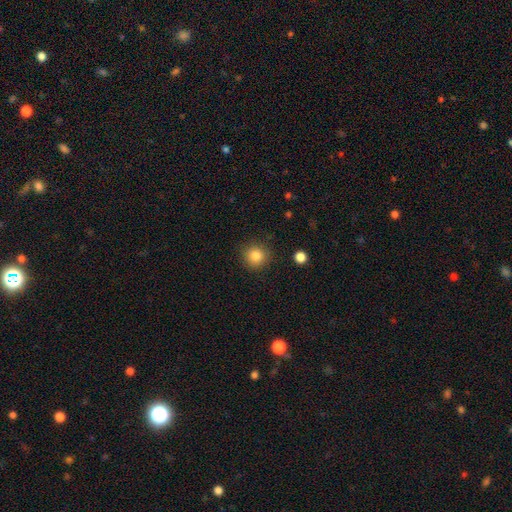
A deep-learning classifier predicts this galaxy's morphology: A smooth galaxy with no disk features (84%) that is round (92%).

Vote fractions:
- Smooth or featured? smooth: 84% / star or artifact: 10% / featured or disk: 5%
- How rounded? round: 92% / in between: 7% / cigar-shaped: 1%
- Merging? none: 88% / minor disturbance: 8% / major disturbance: 2% / merger: 2%